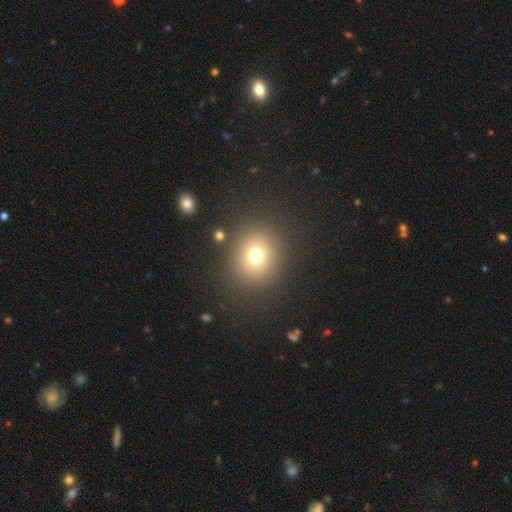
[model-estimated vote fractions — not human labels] smooth 71%, star or artifact 19%, featured or disk 10%. Down the decision tree: how rounded — round (84%); merging — none (86%).